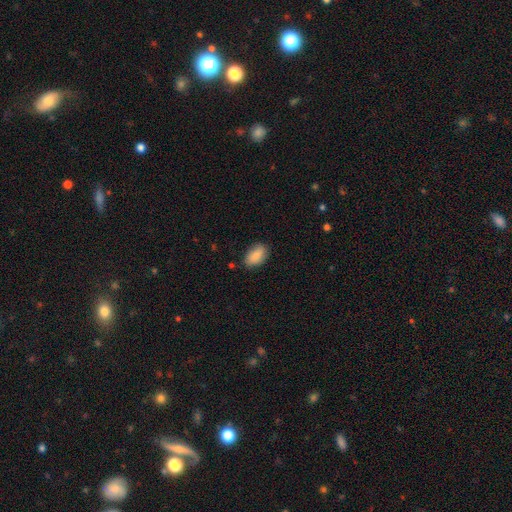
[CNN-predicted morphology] A smooth galaxy with no disk features (84%) that is in between round and cigar-shaped (93%).

Vote fractions:
- Smooth or featured? smooth: 84% / featured or disk: 9% / star or artifact: 6%
- How rounded? in between: 93% / round: 5% / cigar-shaped: 3%
- Merging? none: 81% / minor disturbance: 14% / major disturbance: 3% / merger: 1%